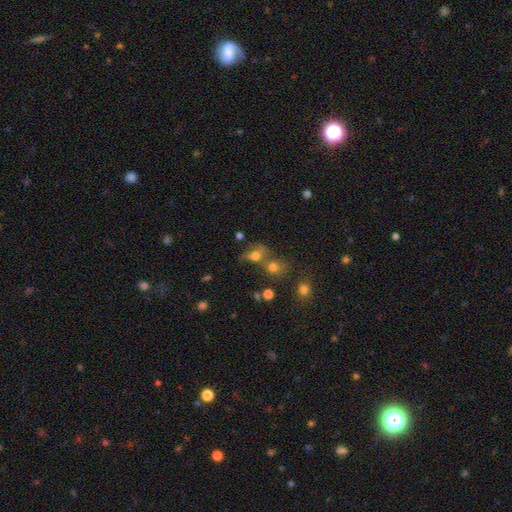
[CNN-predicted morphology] type=smooth (63%); roundness=round (60%); merging=merger (45%).